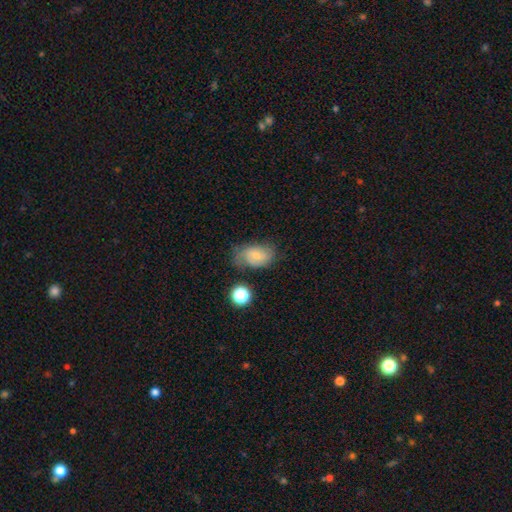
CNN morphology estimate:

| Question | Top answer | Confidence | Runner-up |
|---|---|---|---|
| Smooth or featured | smooth | 56% | featured or disk (33%) |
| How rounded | in between | 84% | round (14%) |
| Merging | none | 56% | minor disturbance (29%) |